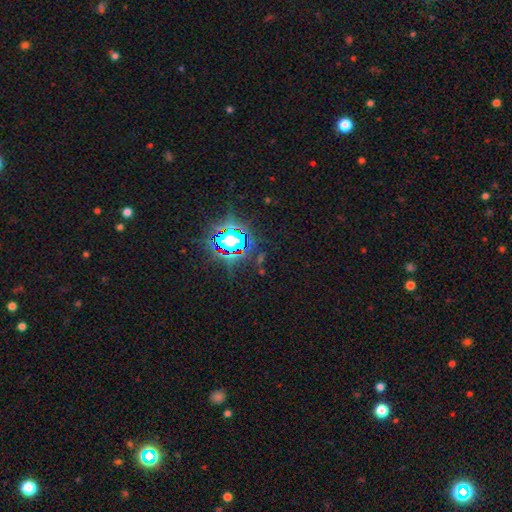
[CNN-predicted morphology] type=star or artifact (81%).